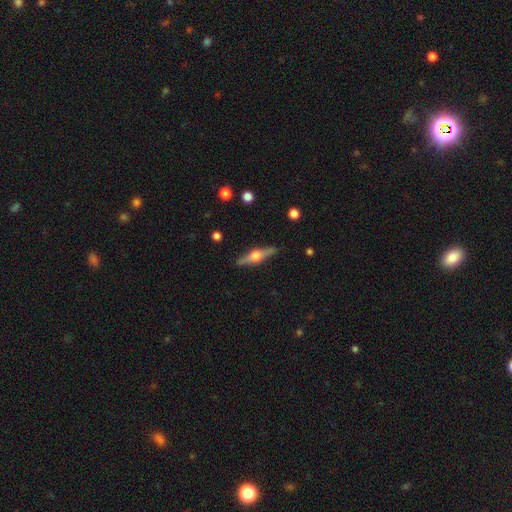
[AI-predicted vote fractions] Smooth or featured?
  - featured or disk: 74% *
  - smooth: 20%
  - star or artifact: 6%
Edge-on disk?
  - yes: 97% *
  - no: 3%
Edge-on bulge?
  - rounded: 93% *
  - boxy: 5%
  - none: 2%
Merging?
  - none: 88% *
  - minor disturbance: 8%
  - major disturbance: 2%
  - merger: 1%